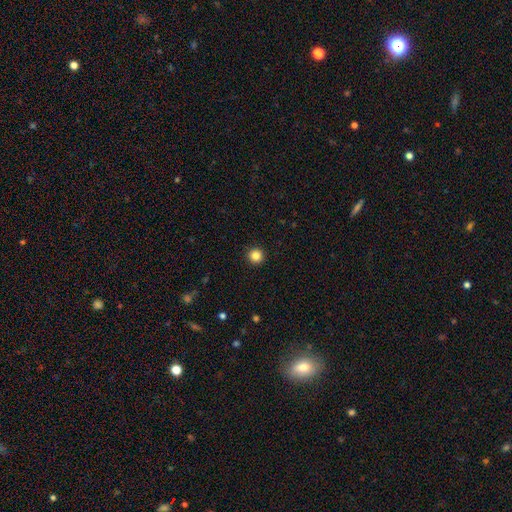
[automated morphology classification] This appears to be a smooth galaxy with no disk features (84%) that is round (96%). Merging: none (93%).